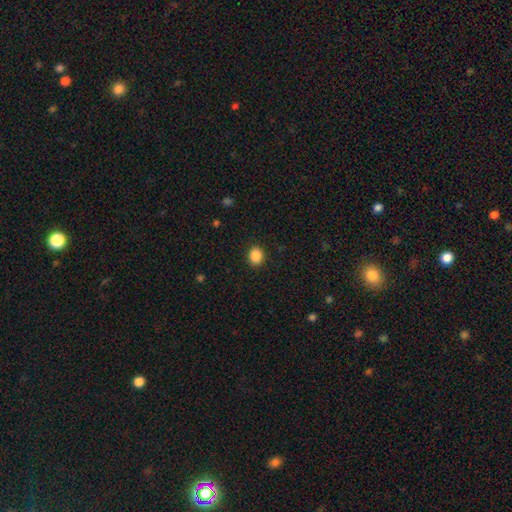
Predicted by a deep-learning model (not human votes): A smooth galaxy with no disk features (87%) that is round (60%).

Vote fractions:
- Smooth or featured? smooth: 87% / star or artifact: 10% / featured or disk: 3%
- How rounded? round: 60% / in between: 39% / cigar-shaped: 1%
- Merging? none: 90% / minor disturbance: 7% / major disturbance: 2% / merger: 1%